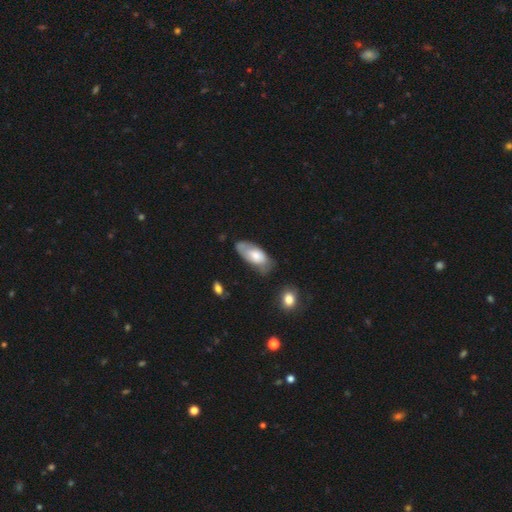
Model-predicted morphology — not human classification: Smooth or featured? Predicted: smooth (p=0.64). How rounded? Predicted: in between (p=0.90). Merging? Predicted: none (p=0.50).